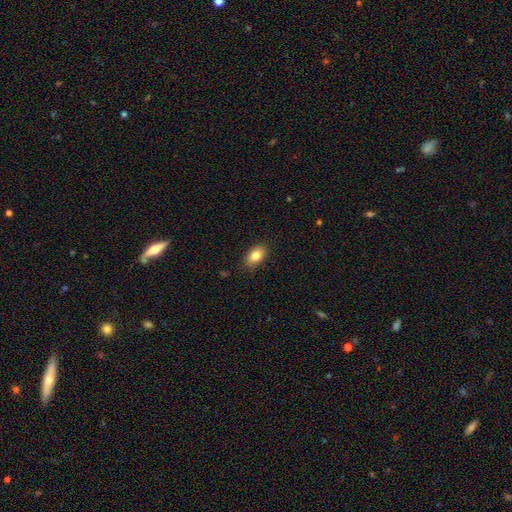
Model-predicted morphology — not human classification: smooth 84%, featured or disk 8%, star or artifact 8%. Down the decision tree: how rounded — in between (88%); merging — none (86%).